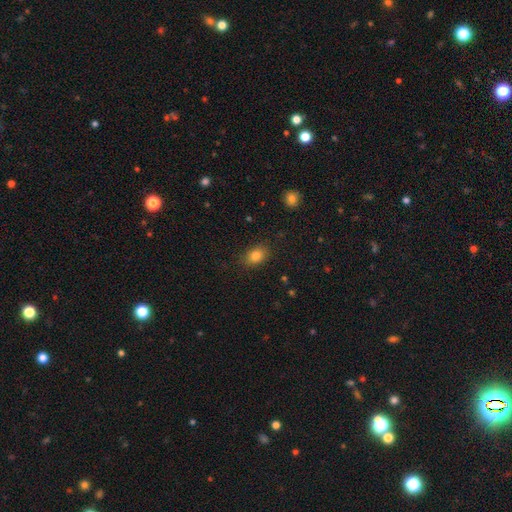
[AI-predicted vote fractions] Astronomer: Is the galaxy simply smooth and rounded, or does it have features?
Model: smooth — 82%.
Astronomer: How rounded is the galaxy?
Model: in between — 76%.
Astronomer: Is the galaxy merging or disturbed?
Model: none — 85%.